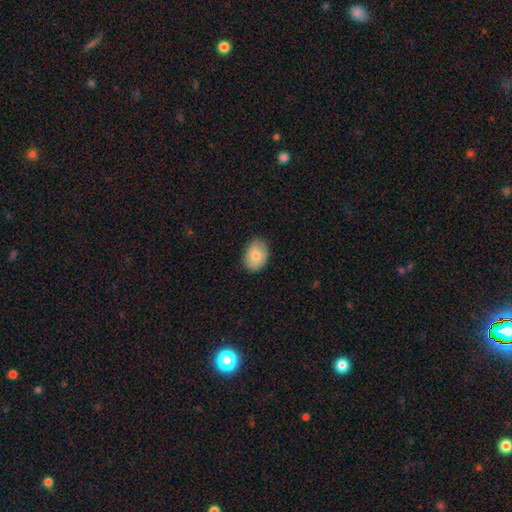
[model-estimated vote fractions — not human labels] Overall: smooth (80%). How rounded: in between (72%). Merging: none (83%).